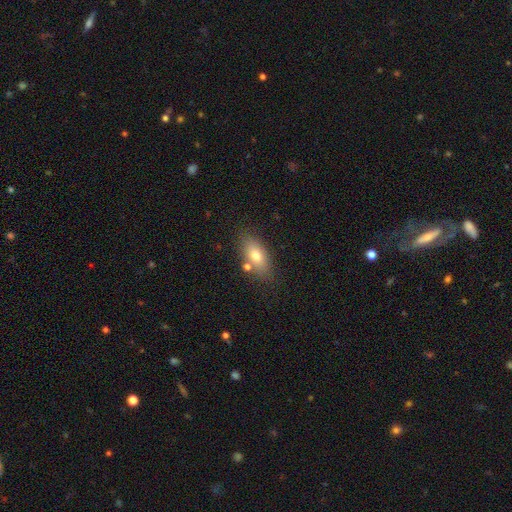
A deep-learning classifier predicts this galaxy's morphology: smooth 72%, featured or disk 19%, star or artifact 9%. Down the decision tree: how rounded — in between (85%); merging — none (75%).